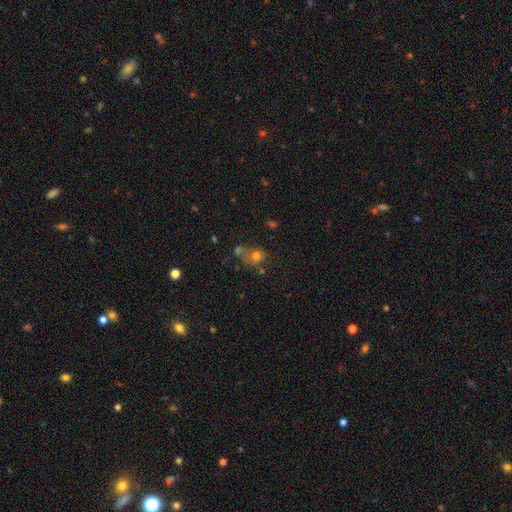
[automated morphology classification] Q: Smooth or featured?
A: smooth (70%); runner-up: star or artifact (16%)
Q: How rounded?
A: round (63%); runner-up: in between (36%)
Q: Merging?
A: merger (39%); runner-up: none (34%)